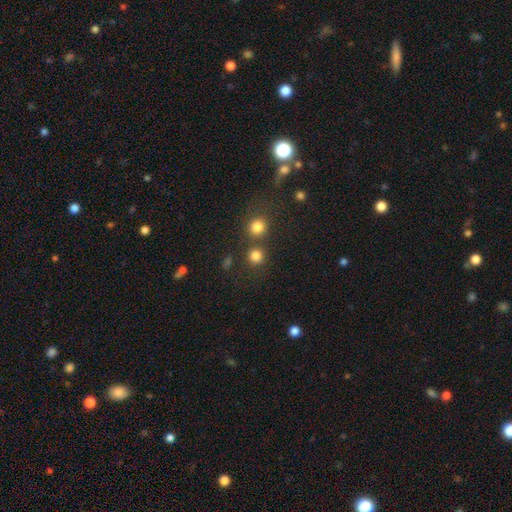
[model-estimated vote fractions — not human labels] smooth-or-featured: smooth: 81% | star or artifact: 14% | featured or disk: 5%
  how-rounded: round: 91% | in between: 8% | cigar-shaped: 1%
  merging: none: 70% | merger: 19% | minor disturbance: 7% | major disturbance: 4%